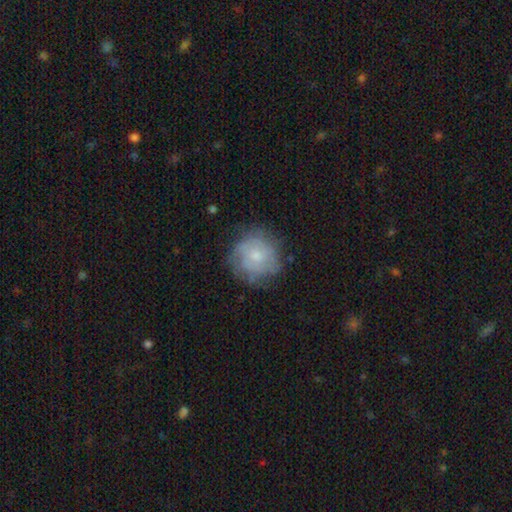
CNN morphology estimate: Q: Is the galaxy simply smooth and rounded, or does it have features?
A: featured or disk — 46%, tied with smooth.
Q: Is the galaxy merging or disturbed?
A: none — 66%.